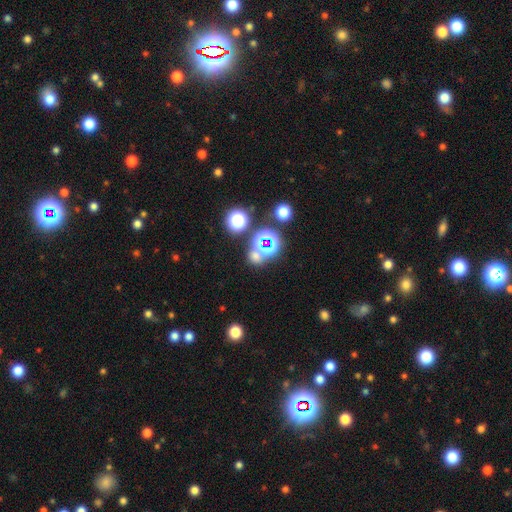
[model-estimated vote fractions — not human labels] Overall: star or artifact (47%; smooth 43%).